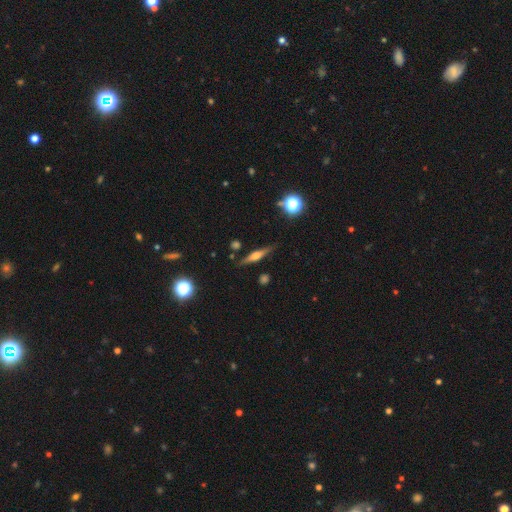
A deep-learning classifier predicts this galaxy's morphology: smooth_or_featured: featured or disk (p=0.63) [alt: smooth p=0.29]
disk_edge_on: yes (p=0.96) [alt: no p=0.04]
edge_on_bulge: rounded (p=0.86) [alt: boxy p=0.09]
merging: none (p=0.85) [alt: minor disturbance p=0.10]